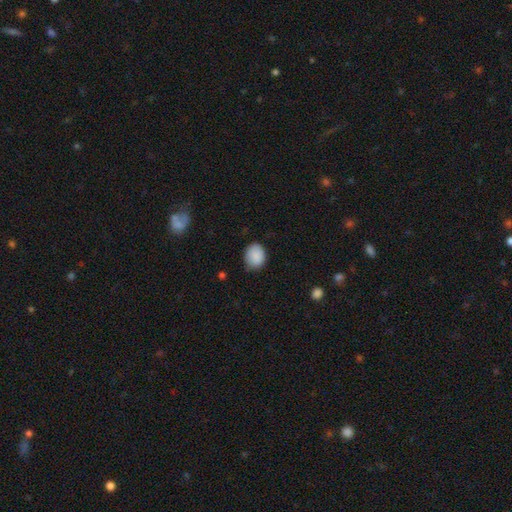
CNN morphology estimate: The model was most divided on "how rounded": round: 54%, in between: 45%, cigar-shaped: 1%. More confident: smooth or featured — smooth (89%); merging — none (76%).